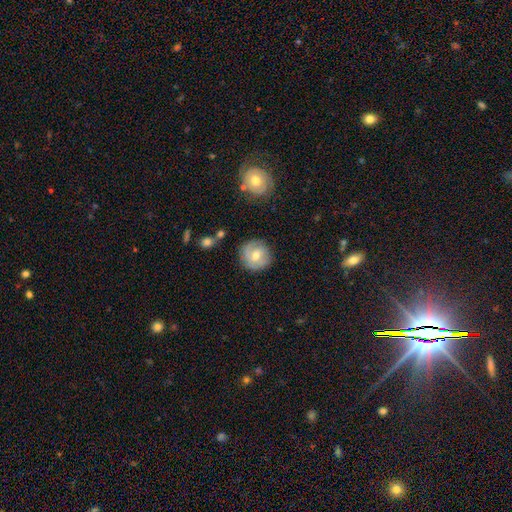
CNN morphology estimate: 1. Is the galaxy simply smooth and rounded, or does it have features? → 47% smooth, 45% featured or disk, 8% star or artifact.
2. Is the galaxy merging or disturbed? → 77% none, 16% minor disturbance, 5% major disturbance, 2% merger.